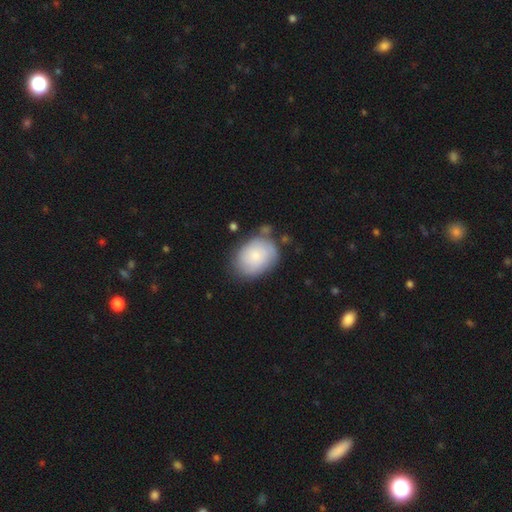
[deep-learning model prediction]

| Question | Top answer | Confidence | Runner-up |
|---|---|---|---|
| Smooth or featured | smooth | 63% | featured or disk (29%) |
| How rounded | in between | 64% | round (35%) |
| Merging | none | 63% | minor disturbance (23%) |